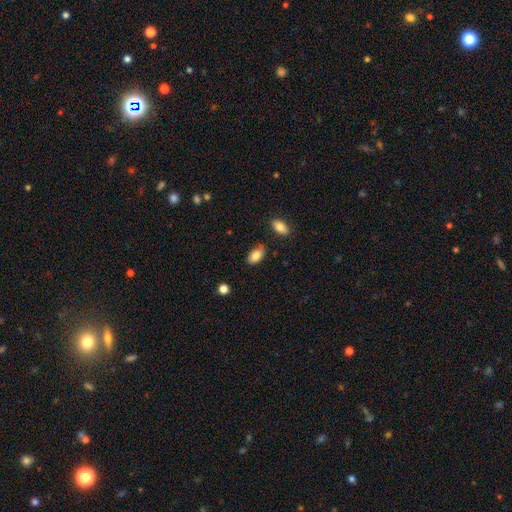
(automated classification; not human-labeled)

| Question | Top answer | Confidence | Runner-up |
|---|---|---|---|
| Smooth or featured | smooth | 84% | featured or disk (8%) |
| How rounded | in between | 93% | round (4%) |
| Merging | none | 76% | minor disturbance (18%) |